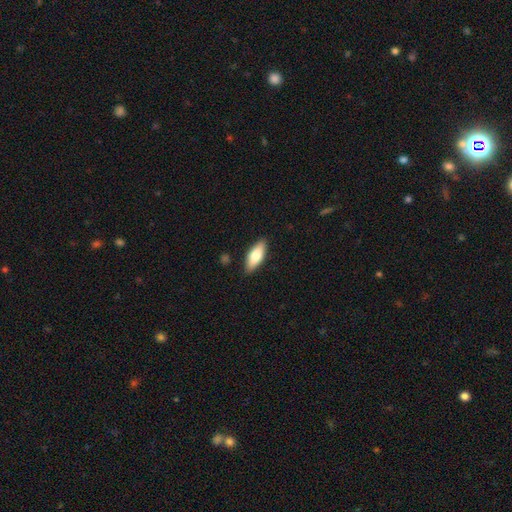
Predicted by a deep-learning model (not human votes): smooth 73%, featured or disk 21%, star or artifact 6%. Down the decision tree: how rounded — in between (71%); merging — none (87%).